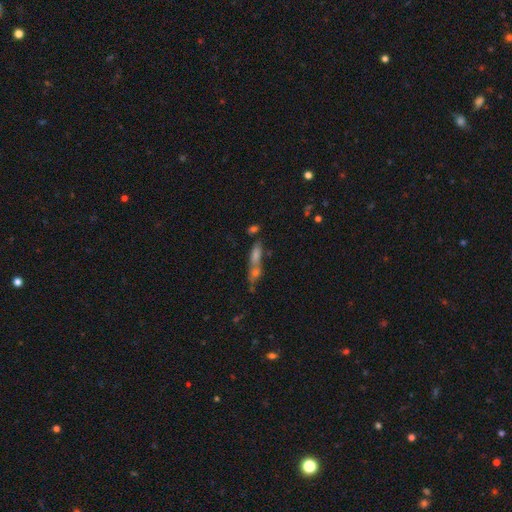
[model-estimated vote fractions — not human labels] smooth 45%, featured or disk 33%, star or artifact 22%. Down the decision tree: merging — merger (42%).